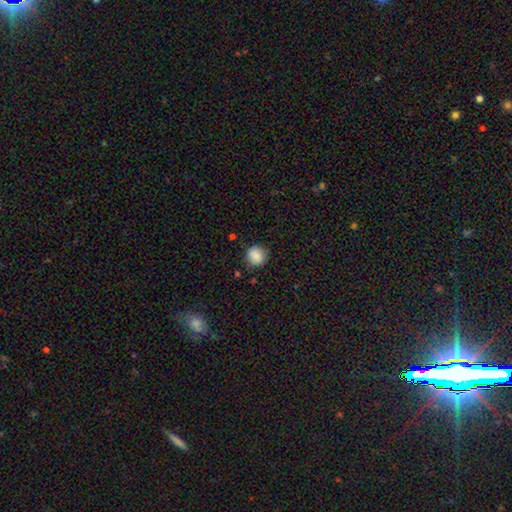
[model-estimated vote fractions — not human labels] Overall: smooth (85%). How rounded: round (86%). Merging: none (81%).